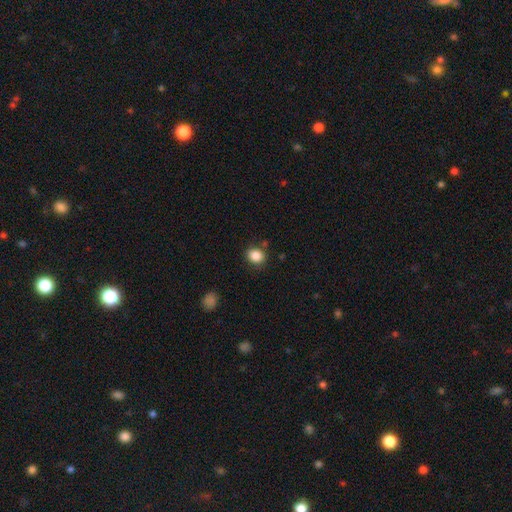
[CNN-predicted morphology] A smooth galaxy with no disk features (86%) that is round (64%). Merging: none (82%).